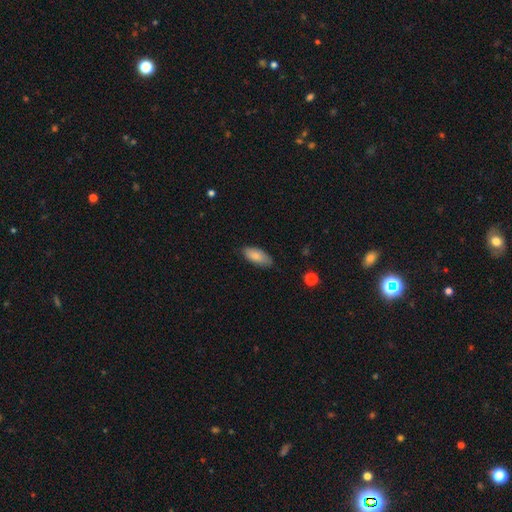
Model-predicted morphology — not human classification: smooth-or-featured: smooth: 84% | featured or disk: 10% | star or artifact: 6%
  how-rounded: in between: 87% | cigar-shaped: 11% | round: 2%
  merging: none: 79% | minor disturbance: 17% | major disturbance: 3% | merger: 1%